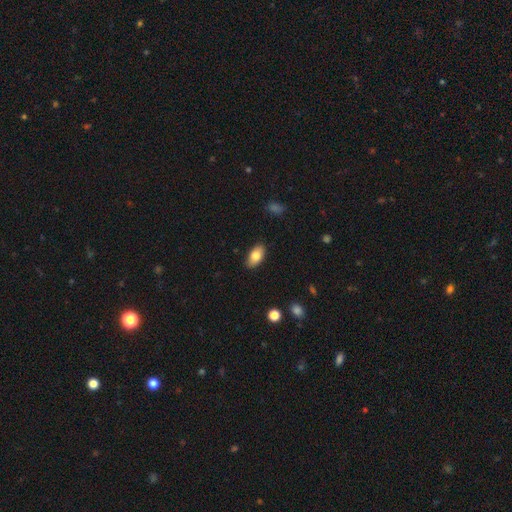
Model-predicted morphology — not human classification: smooth 80%, featured or disk 13%, star or artifact 7%. Down the decision tree: how rounded — in between (93%); merging — none (86%).